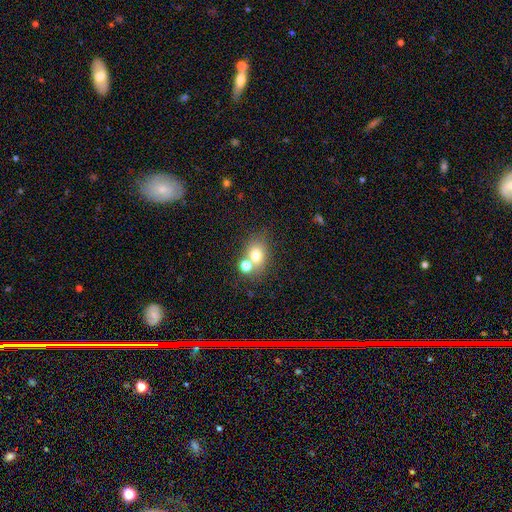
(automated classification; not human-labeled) Overall: smooth (73%). How rounded: round (50%; in between 49%). Merging: none (55%; merger 31%).